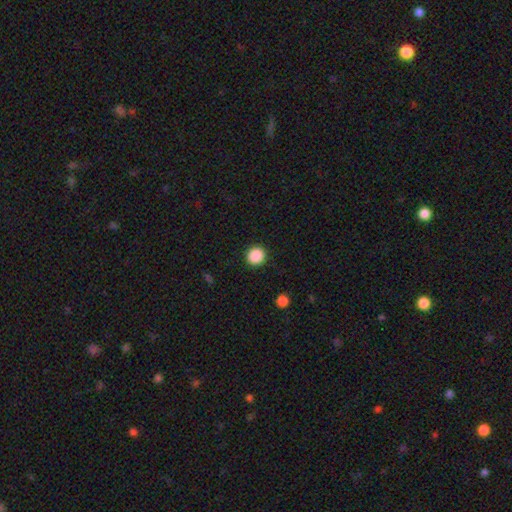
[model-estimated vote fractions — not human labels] This is clearly a smooth galaxy (88%). How rounded: clearly round (93%). Merging: clearly none (92%).